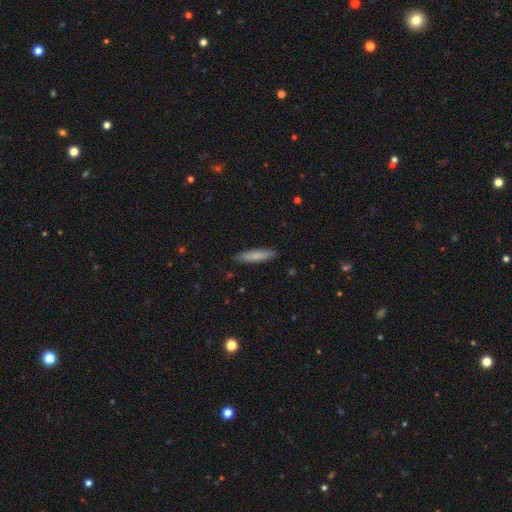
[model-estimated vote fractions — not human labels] This is likely a smooth galaxy (79%). How rounded: clearly cigar-shaped (82%). Merging: clearly none (88%).